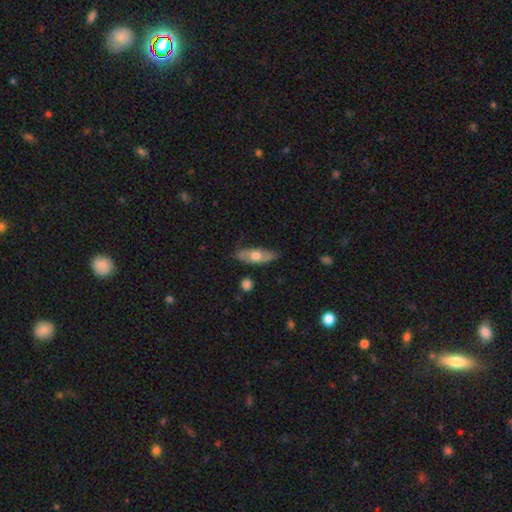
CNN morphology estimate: smooth 54%, featured or disk 40%, star or artifact 6%. Down the decision tree: how rounded — in between (66%); merging — none (76%).